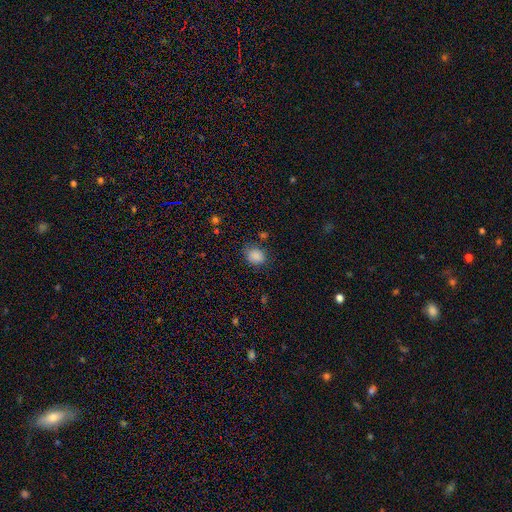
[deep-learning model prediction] This appears to be a smooth galaxy with no disk features (85%) that is round (59%). Merging: none (76%).